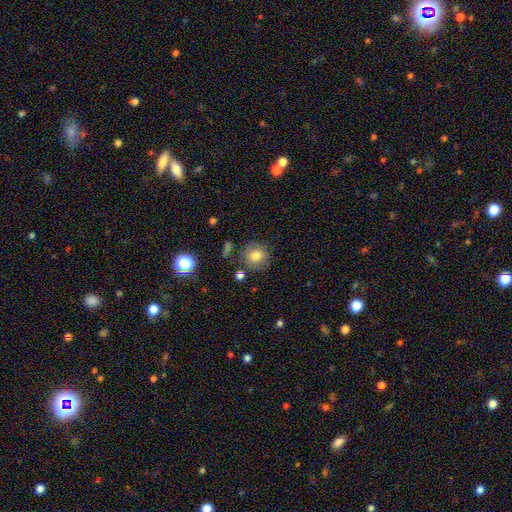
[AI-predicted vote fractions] A smooth galaxy with no disk features (76%) that is round (87%).

Vote fractions:
- Smooth or featured? smooth: 76% / featured or disk: 13% / star or artifact: 11%
- How rounded? round: 87% / in between: 12% / cigar-shaped: 1%
- Merging? none: 77% / minor disturbance: 14% / major disturbance: 5% / merger: 4%